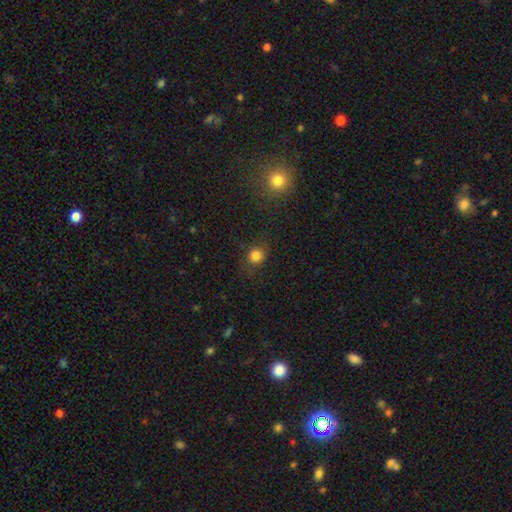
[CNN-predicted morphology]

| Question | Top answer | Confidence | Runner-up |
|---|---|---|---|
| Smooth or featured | smooth | 81% | star or artifact (14%) |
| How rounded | round | 84% | in between (15%) |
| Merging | none | 81% | minor disturbance (12%) |